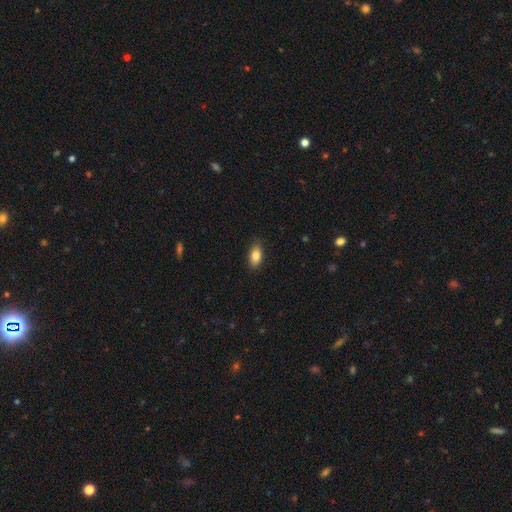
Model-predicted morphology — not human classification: Q: Smooth or featured?
A: smooth (85%); runner-up: featured or disk (7%)
Q: How rounded?
A: in between (90%); runner-up: cigar-shaped (6%)
Q: Merging?
A: none (86%); runner-up: minor disturbance (11%)